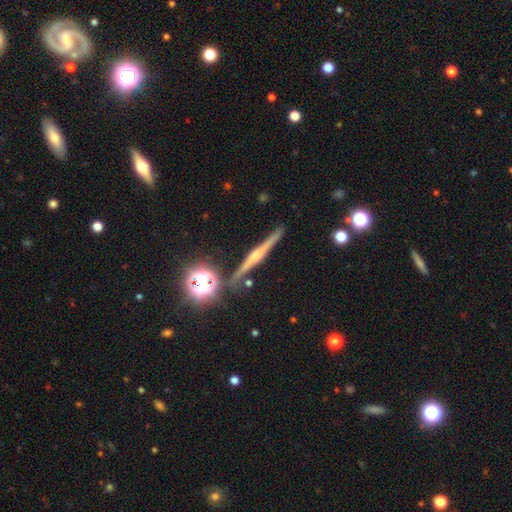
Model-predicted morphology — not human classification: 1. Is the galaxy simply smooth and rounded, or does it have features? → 71% featured or disk, 17% smooth, 13% star or artifact.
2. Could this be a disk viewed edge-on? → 97% yes, 3% no.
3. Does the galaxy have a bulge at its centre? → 72% rounded, 14% boxy, 14% none.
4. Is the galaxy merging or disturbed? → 88% none, 8% minor disturbance, 3% merger, 2% major disturbance.